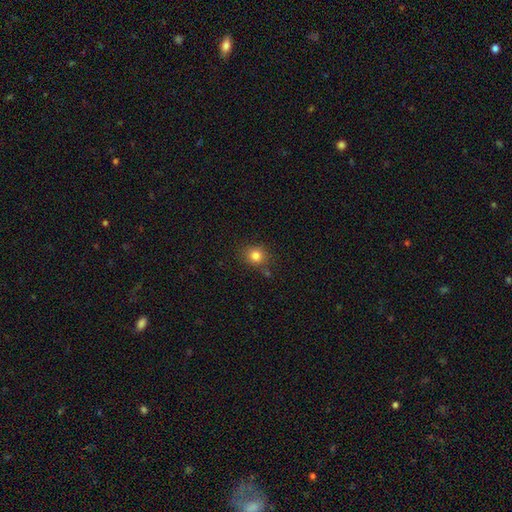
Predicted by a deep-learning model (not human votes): A smooth galaxy with no disk features (82%) that is round (82%).

Vote fractions:
- Smooth or featured? smooth: 82% / star or artifact: 12% / featured or disk: 6%
- How rounded? round: 82% / in between: 17% / cigar-shaped: 1%
- Merging? none: 78% / minor disturbance: 13% / merger: 5% / major disturbance: 3%